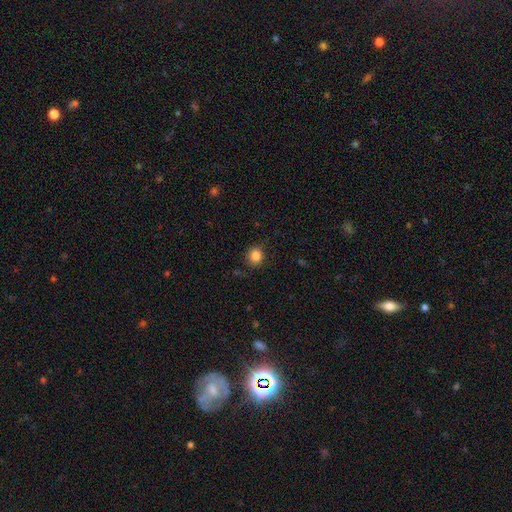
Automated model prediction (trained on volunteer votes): smooth_or_featured: smooth (p=0.85) [alt: star or artifact p=0.11]
how_rounded: round (p=0.82) [alt: in between p=0.17]
merging: none (p=0.83) [alt: minor disturbance p=0.12]